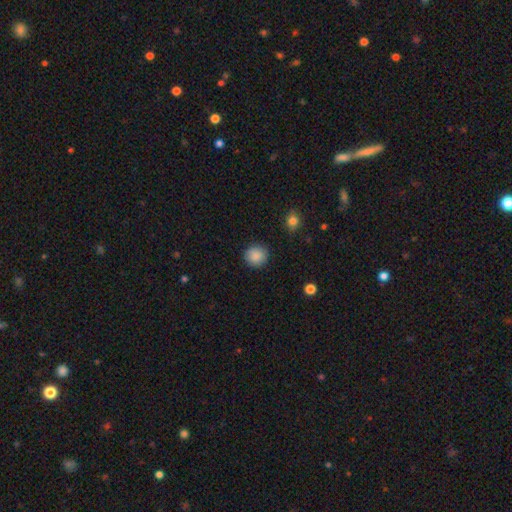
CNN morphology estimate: smooth-or-featured: smooth: 88% | star or artifact: 8% | featured or disk: 3%
  how-rounded: round: 92% | in between: 7% | cigar-shaped: 1%
  merging: none: 90% | minor disturbance: 7% | major disturbance: 2% | merger: 1%